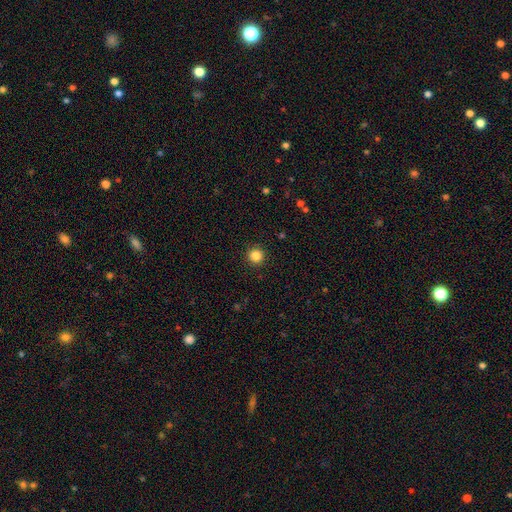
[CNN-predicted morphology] This is clearly a smooth galaxy (84%). How rounded: clearly round (96%). Merging: clearly none (93%).